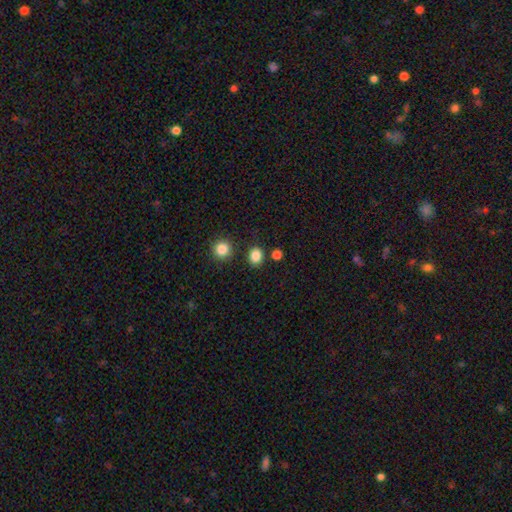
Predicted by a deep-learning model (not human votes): Morphology: type=smooth (85%); roundness=round (62%); merging=none (83%).